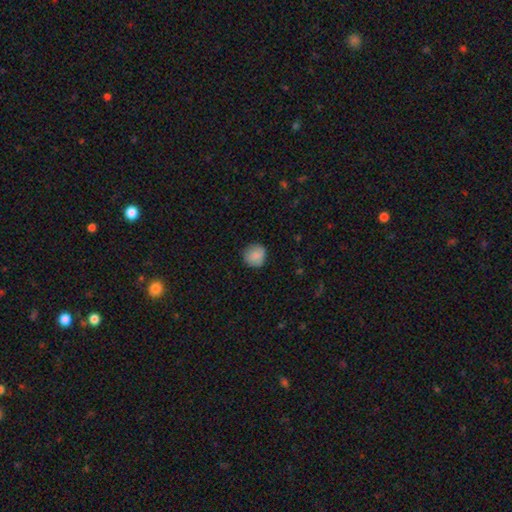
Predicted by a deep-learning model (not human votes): A smooth galaxy with no disk features (87%) that is round (89%).

Vote fractions:
- Smooth or featured? smooth: 87% / star or artifact: 8% / featured or disk: 5%
- How rounded? round: 89% / in between: 10% / cigar-shaped: 1%
- Merging? none: 83% / minor disturbance: 13% / major disturbance: 3% / merger: 1%